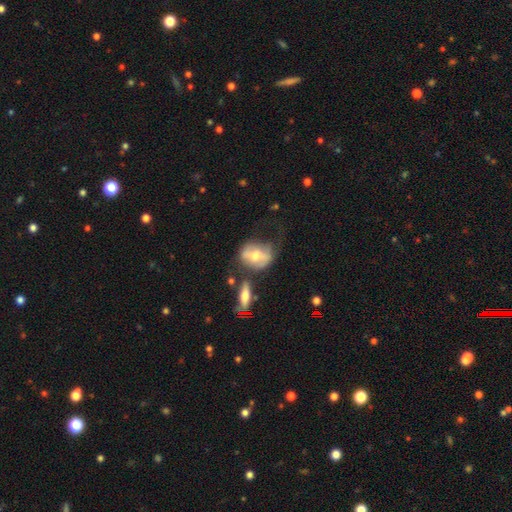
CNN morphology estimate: featured or disk 47%, smooth 45%, star or artifact 8%. Down the decision tree: merging — none (33%).